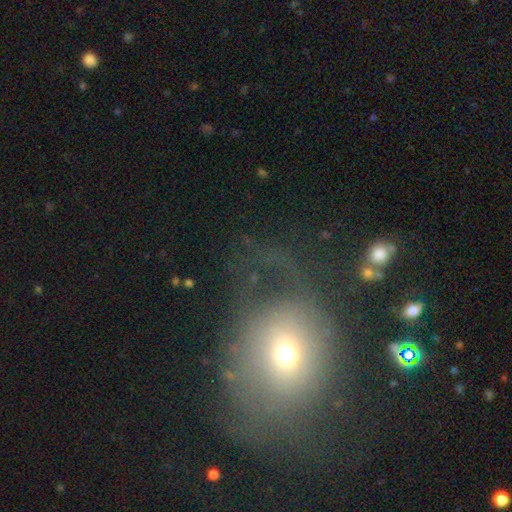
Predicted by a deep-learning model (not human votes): smooth 52%, star or artifact 24%, featured or disk 24%. Down the decision tree: how rounded — round (65%); merging — none (43%).